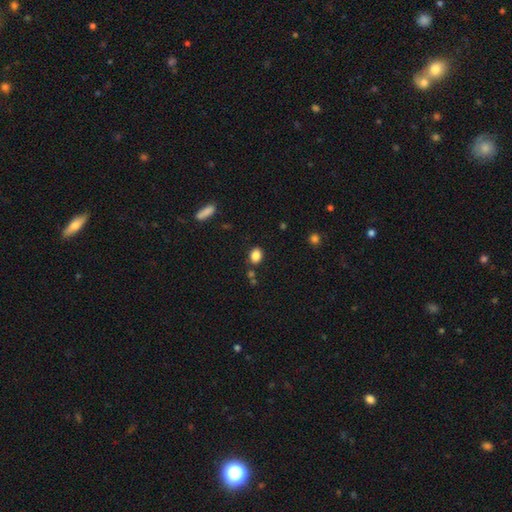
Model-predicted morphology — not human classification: Q: Smooth or featured?
A: smooth (85%); runner-up: star or artifact (11%)
Q: How rounded?
A: in between (57%); runner-up: round (42%)
Q: Merging?
A: none (79%); runner-up: minor disturbance (11%)